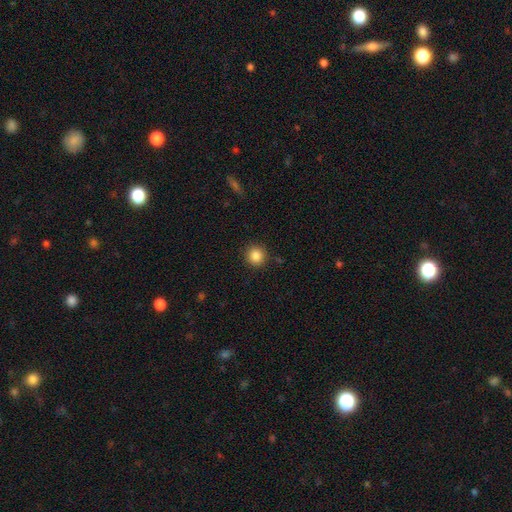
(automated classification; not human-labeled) Smooth or featured? smooth (86%)
How rounded? round (94%)
Merging? none (90%)